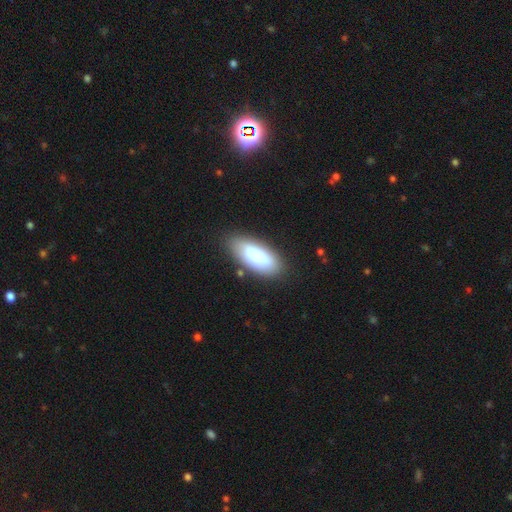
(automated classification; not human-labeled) Smooth or featured? smooth (77%)
How rounded? in between (83%)
Merging? none (75%)